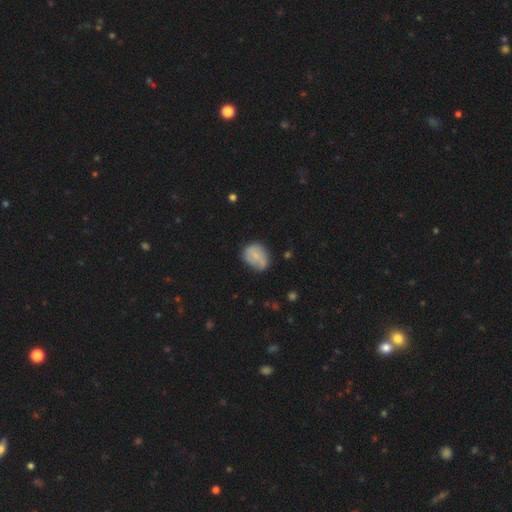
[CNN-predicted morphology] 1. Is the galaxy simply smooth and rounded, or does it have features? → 66% smooth, 26% featured or disk, 8% star or artifact.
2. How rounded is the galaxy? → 51% in between, 48% round, 1% cigar-shaped.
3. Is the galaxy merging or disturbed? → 50% none, 33% minor disturbance, 11% major disturbance, 6% merger.